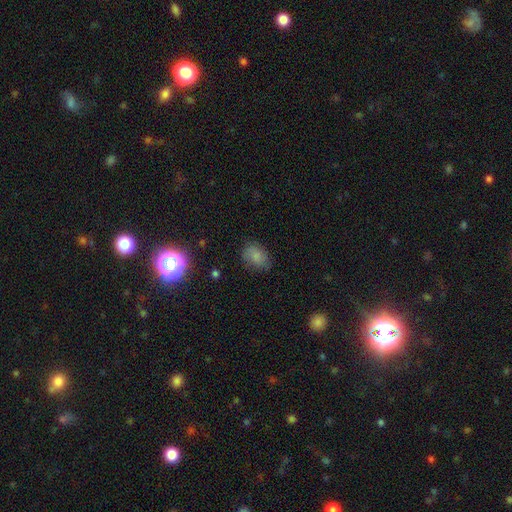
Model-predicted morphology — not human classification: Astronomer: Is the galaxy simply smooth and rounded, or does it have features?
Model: smooth — 81%.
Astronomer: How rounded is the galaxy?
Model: in between — 80%.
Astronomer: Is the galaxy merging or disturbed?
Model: none — 75%.